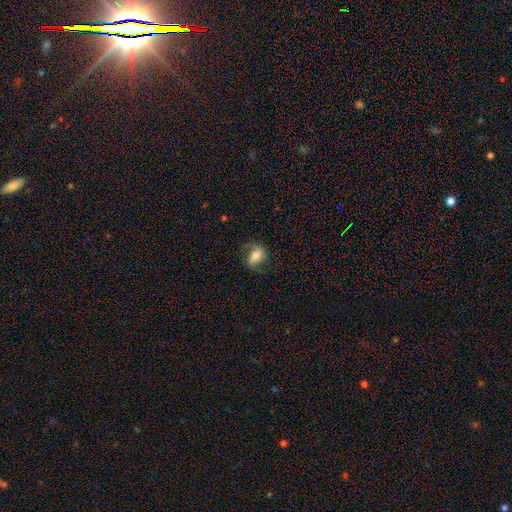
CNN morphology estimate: smooth-or-featured: featured or disk: 50% | smooth: 41% | star or artifact: 8%
  disk-edge-on: no: 95% | yes: 5%
  merging: none: 66% | minor disturbance: 20% | major disturbance: 12% | merger: 1%